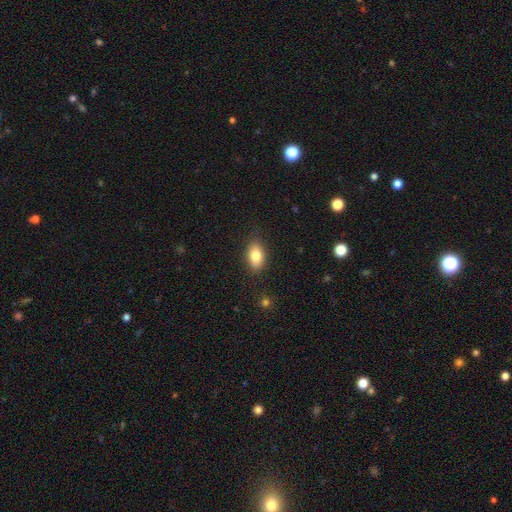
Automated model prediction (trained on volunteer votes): smooth-or-featured: smooth: 81% | featured or disk: 11% | star or artifact: 8%
  how-rounded: in between: 87% | round: 9% | cigar-shaped: 4%
  merging: none: 83% | minor disturbance: 13% | major disturbance: 3% | merger: 1%